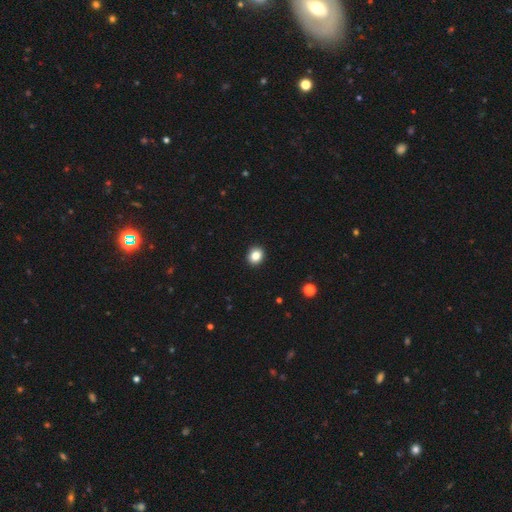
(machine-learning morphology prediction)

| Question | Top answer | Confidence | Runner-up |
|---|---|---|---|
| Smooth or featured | smooth | 84% | star or artifact (10%) |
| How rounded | round | 73% | in between (26%) |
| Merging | none | 93% | minor disturbance (5%) |